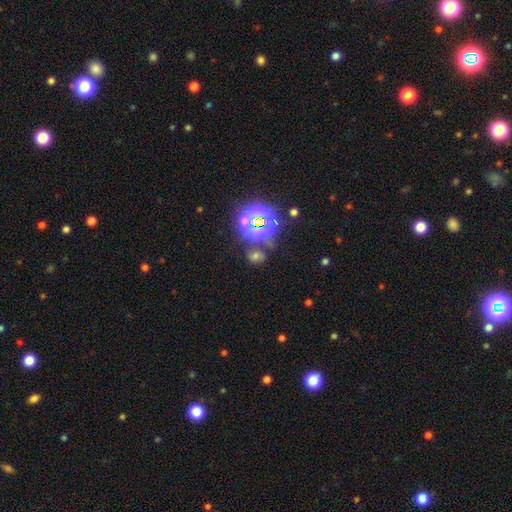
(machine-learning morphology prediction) type=star or artifact (48%).